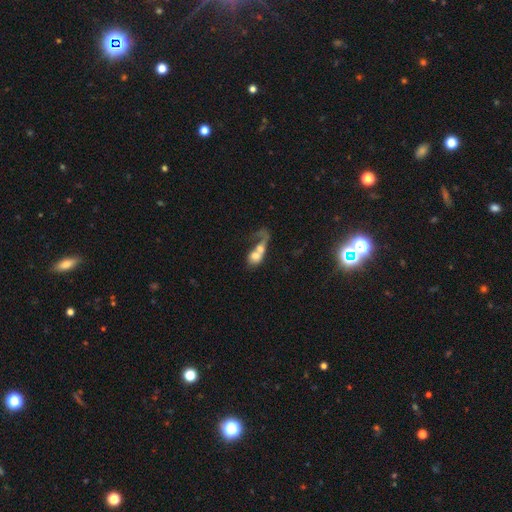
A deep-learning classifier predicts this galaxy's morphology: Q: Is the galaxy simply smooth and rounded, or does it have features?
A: smooth — 52%.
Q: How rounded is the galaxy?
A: in between — 55%.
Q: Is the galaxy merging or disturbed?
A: merger — 70%.